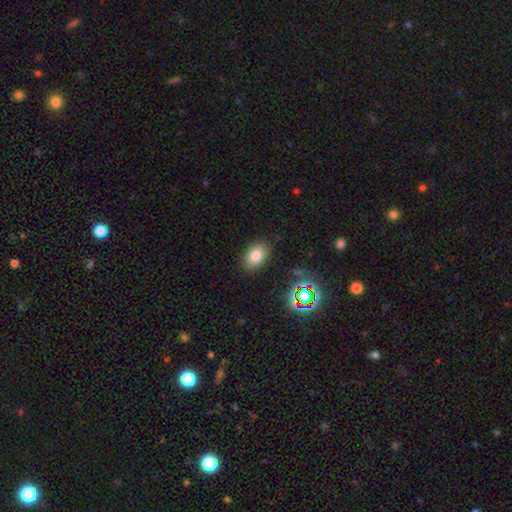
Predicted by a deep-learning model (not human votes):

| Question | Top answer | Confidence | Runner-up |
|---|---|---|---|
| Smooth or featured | smooth | 77% | star or artifact (13%) |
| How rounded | in between | 82% | round (17%) |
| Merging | none | 85% | minor disturbance (10%) |